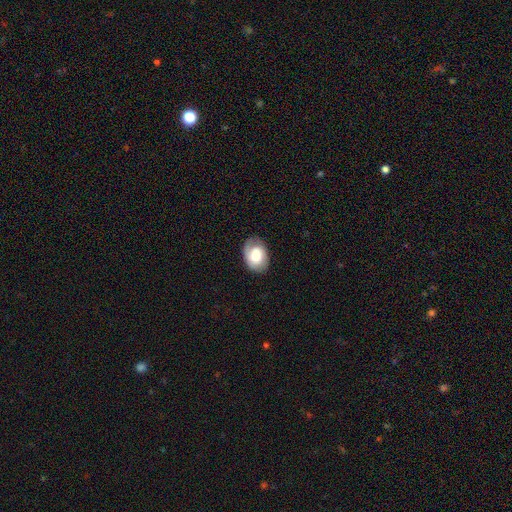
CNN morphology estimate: Overall: smooth (57%; featured or disk 35%). How rounded: in between (78%). Merging: none (73%).